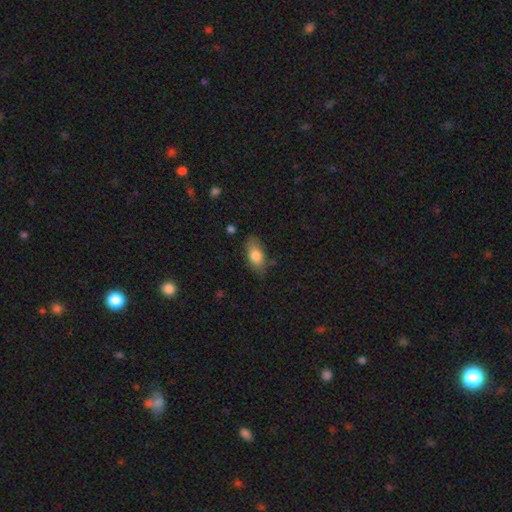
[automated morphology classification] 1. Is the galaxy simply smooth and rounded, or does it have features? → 79% smooth, 14% featured or disk, 7% star or artifact.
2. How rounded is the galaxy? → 88% in between, 8% cigar-shaped, 5% round.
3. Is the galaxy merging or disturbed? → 73% none, 20% minor disturbance, 5% major disturbance, 2% merger.